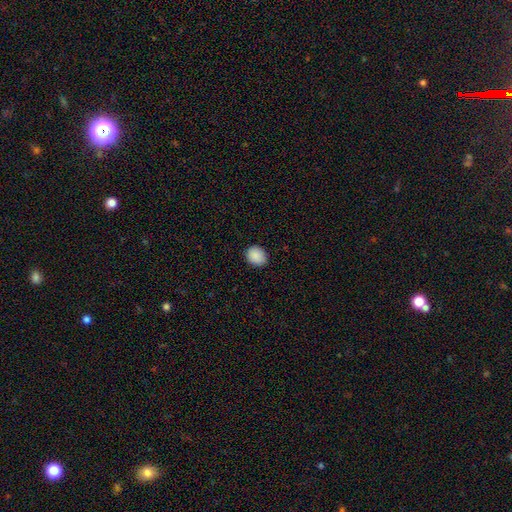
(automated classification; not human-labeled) smooth 89%, star or artifact 8%, featured or disk 3%. Down the decision tree: how rounded — round (58%); merging — none (89%).